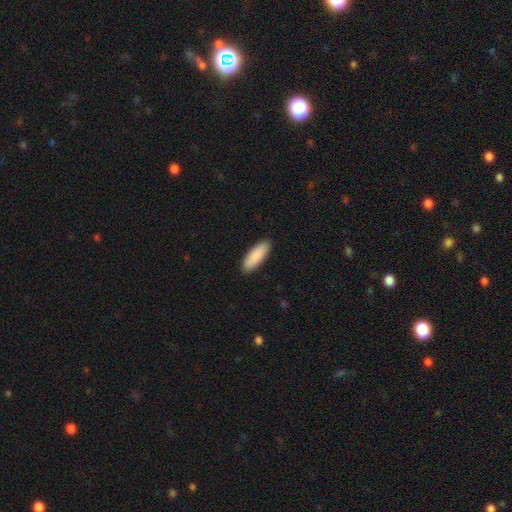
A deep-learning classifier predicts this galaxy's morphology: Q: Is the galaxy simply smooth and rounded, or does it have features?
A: smooth — 90%.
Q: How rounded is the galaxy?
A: in between — 63%.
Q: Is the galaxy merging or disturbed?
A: none — 91%.